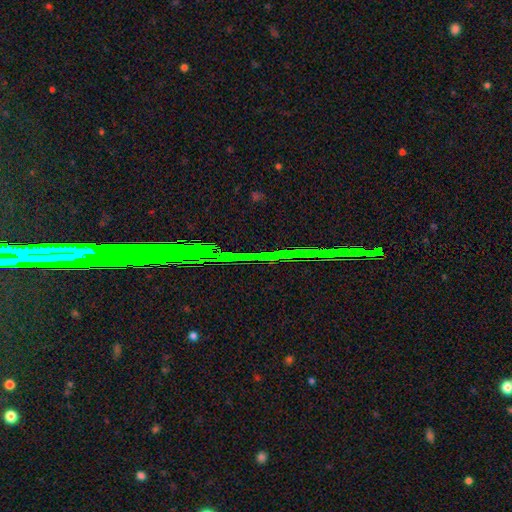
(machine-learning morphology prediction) smooth_or_featured: star or artifact (p=0.78) [alt: featured or disk p=0.13]